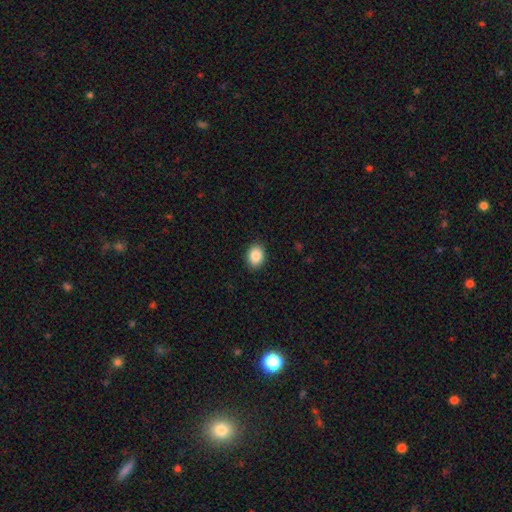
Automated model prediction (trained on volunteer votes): The model was most divided on "how rounded": in between: 60%, round: 39%, cigar-shaped: 1%. More confident: merging — none (90%); smooth or featured — smooth (88%).